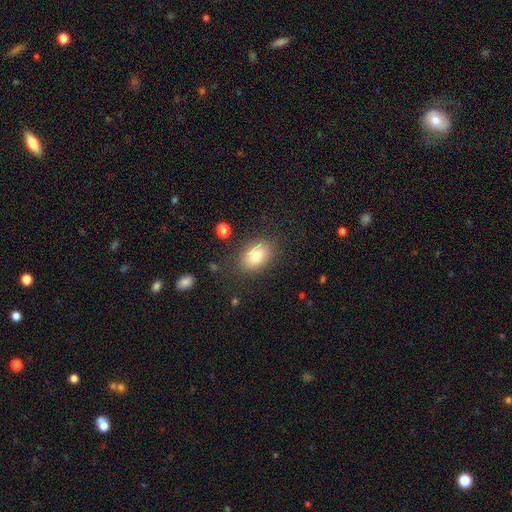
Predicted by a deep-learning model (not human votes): This is likely a smooth galaxy (78%). How rounded: likely in between (79%). Merging: clearly none (82%).